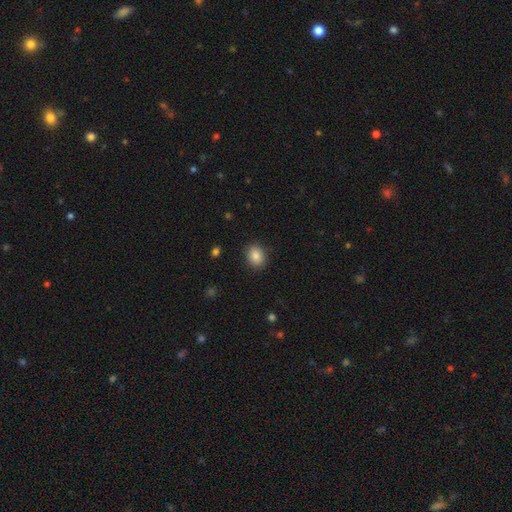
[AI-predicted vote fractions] A smooth galaxy with no disk features (86%) that is in between round and cigar-shaped (53%). Merging: none (88%).